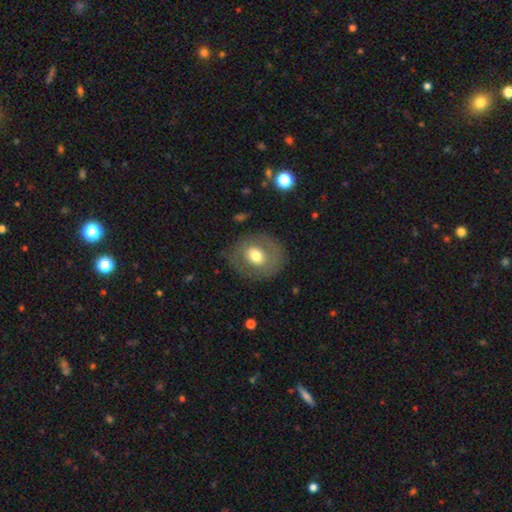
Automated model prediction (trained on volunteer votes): Smooth or featured: smooth — 56% (featured or disk — 36%)
How rounded: round — 71% (in between — 28%)
Merging: none — 80% (minor disturbance — 12%)